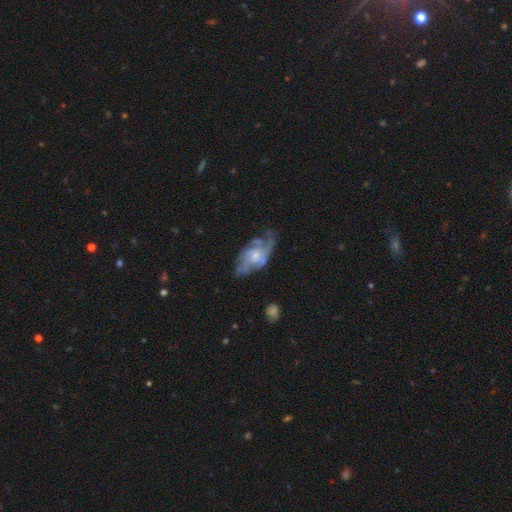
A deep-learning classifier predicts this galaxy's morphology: A featured or disk galaxy (81%) with no bar (68%), 2 (28%, tied with can't tell) medium (47%) spiral arms (90%) and a small central bulge (48%).

Vote fractions:
- Smooth or featured? featured or disk: 81% / smooth: 13% / star or artifact: 6%
- Edge-on disk? no: 96% / yes: 4%
- Bar? no: 68% / weak: 28% / strong: 4%
- Spiral arms? yes: 90% / no: 10%
- Spiral winding? medium: 47% / tight: 27% / loose: 26%
- Spiral arm count? 2: 28% (tied) / can't tell: 28% (tied) / 3: 23% / 4: 10% / 1: 6% / more than 4: 5%
- Bulge size? small: 48% / moderate: 34% / none: 11% / large: 5% / dominant: 1%
- Merging? none: 53% / minor disturbance: 24% / major disturbance: 20% / merger: 3%